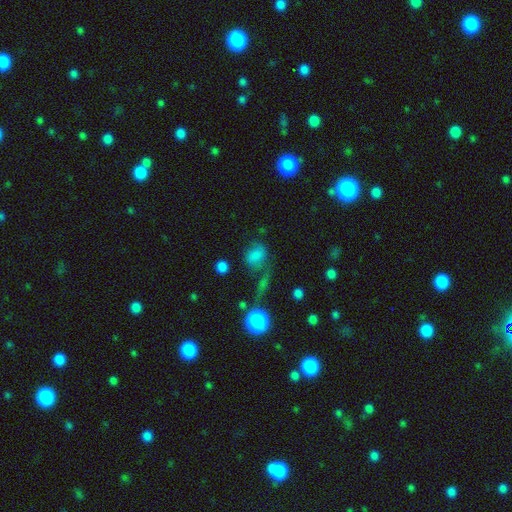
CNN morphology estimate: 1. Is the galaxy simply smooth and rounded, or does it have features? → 67% smooth, 20% star or artifact, 13% featured or disk.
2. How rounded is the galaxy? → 56% in between, 41% round, 3% cigar-shaped.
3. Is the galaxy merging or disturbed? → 47% none, 20% minor disturbance, 19% major disturbance, 15% merger.